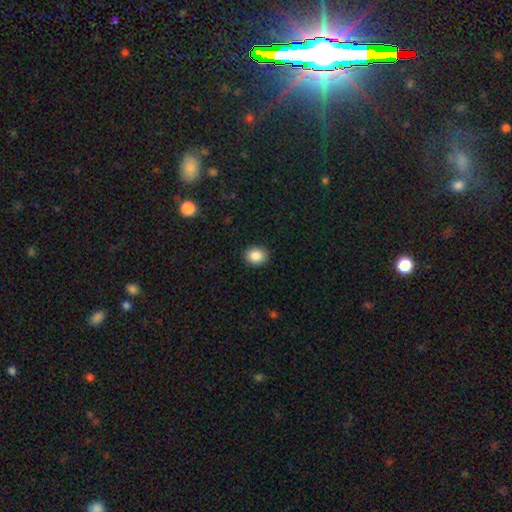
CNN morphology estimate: Smooth or featured? smooth (87%)
How rounded? round (58%)
Merging? none (90%)